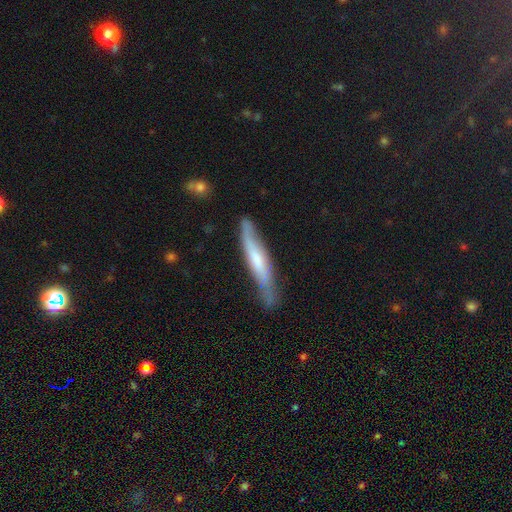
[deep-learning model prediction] smooth_or_featured: featured or disk (p=0.56) [alt: smooth p=0.37]
disk_edge_on: yes (p=0.71) [alt: no p=0.29]
merging: none (p=0.69) [alt: minor disturbance p=0.23]